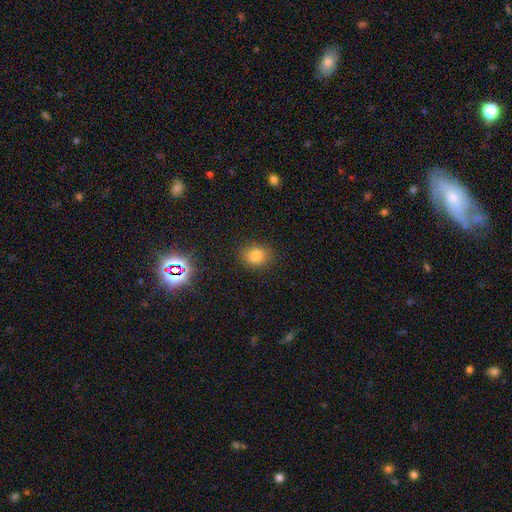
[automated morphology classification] Smooth or featured? smooth (79%)
How rounded? round (60%)
Merging? none (86%)